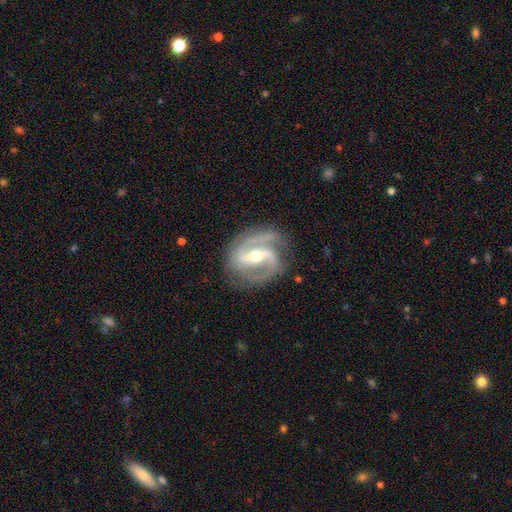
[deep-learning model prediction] featured or disk 92%, star or artifact 4%, smooth 3%. Down the decision tree: edge-on disk — no (97%); bar — strong (48%); spiral arms — yes (98%); spiral arm count — 2 (83%); spiral winding — medium (59%); bulge size — moderate (55%); merging — none (78%).